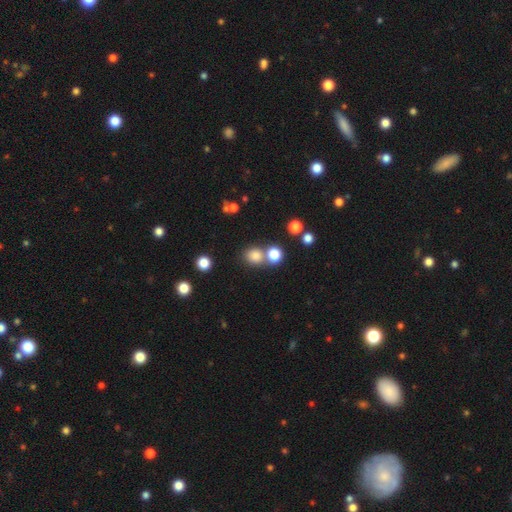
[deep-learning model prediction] Morphology: type=smooth (79%); roundness=round (77%); merging=none (63%).